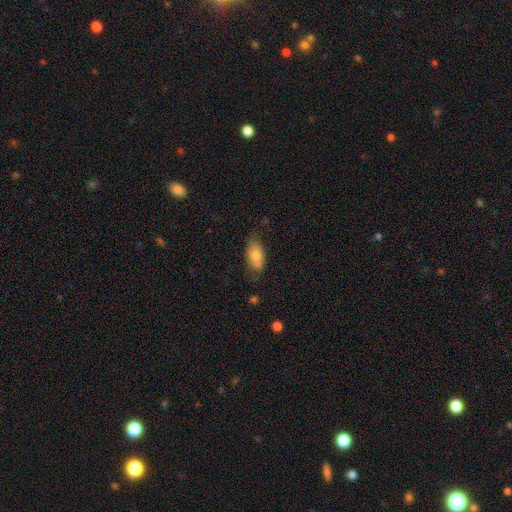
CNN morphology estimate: A smooth galaxy with no disk features (77%) that is in between round and cigar-shaped (92%). Merging: none (67%).